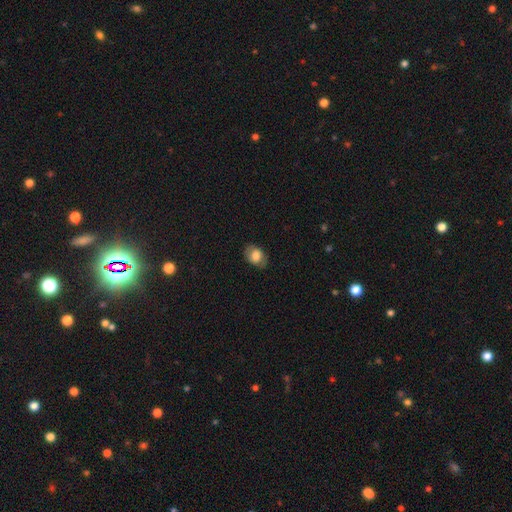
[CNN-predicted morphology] Q: Smooth or featured?
A: smooth (73%); runner-up: featured or disk (19%)
Q: How rounded?
A: in between (75%); runner-up: round (24%)
Q: Merging?
A: none (79%); runner-up: minor disturbance (15%)